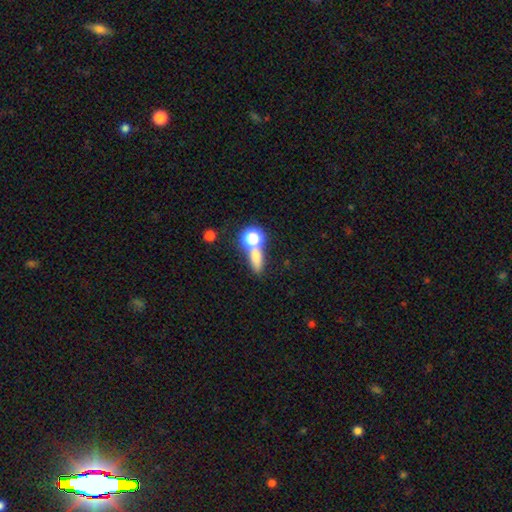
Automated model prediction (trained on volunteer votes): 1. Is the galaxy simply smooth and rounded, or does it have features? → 68% smooth, 18% star or artifact, 14% featured or disk.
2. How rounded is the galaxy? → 46% in between, 33% round, 21% cigar-shaped.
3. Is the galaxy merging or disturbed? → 46% none, 38% merger, 10% minor disturbance, 6% major disturbance.